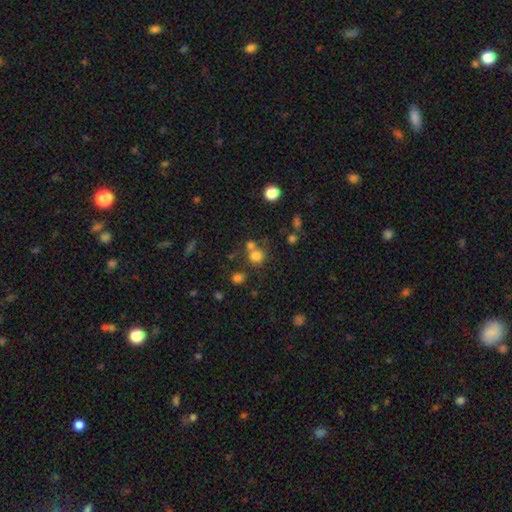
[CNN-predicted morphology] A smooth galaxy with no disk features (76%) that is round (88%).

Vote fractions:
- Smooth or featured? smooth: 76% / star or artifact: 16% / featured or disk: 8%
- How rounded? round: 88% / in between: 11% / cigar-shaped: 1%
- Merging? none: 59% / merger: 27% / minor disturbance: 9% / major disturbance: 4%